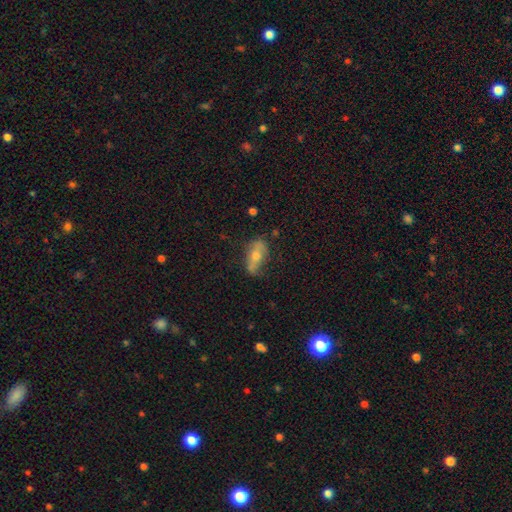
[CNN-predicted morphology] smooth_or_featured: featured or disk (p=0.53) [alt: smooth p=0.38]
disk_edge_on: no (p=0.66) [alt: yes p=0.34]
merging: none (p=0.67) [alt: minor disturbance p=0.23]